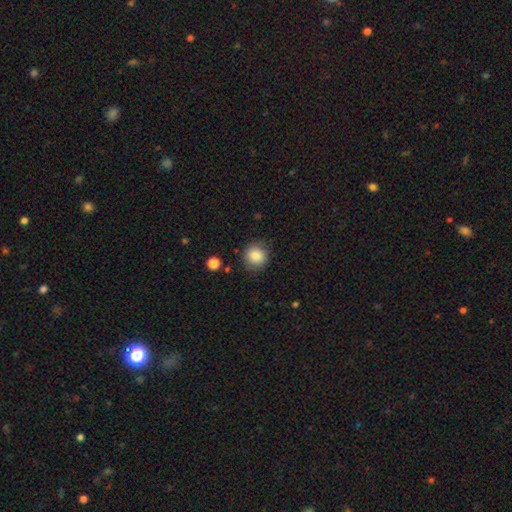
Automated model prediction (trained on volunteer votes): A smooth galaxy with no disk features (85%) that is round (87%). Merging: none (82%).